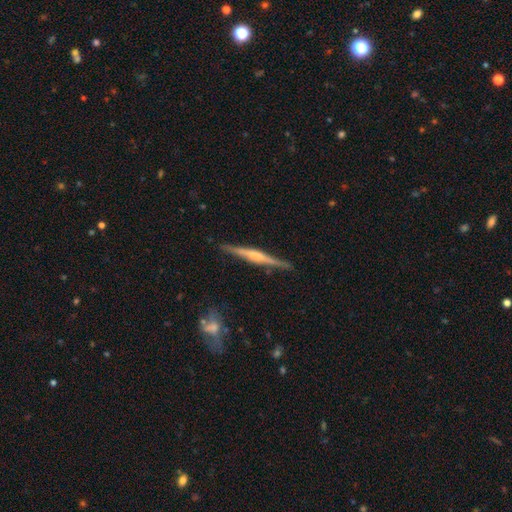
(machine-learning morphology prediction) Q: Smooth or featured?
A: featured or disk (71%); runner-up: smooth (23%)
Q: Edge-on disk?
A: yes (98%); runner-up: no (2%)
Q: Edge-on bulge?
A: rounded (46%); runner-up: boxy (30%)
Q: Merging?
A: none (88%); runner-up: minor disturbance (9%)